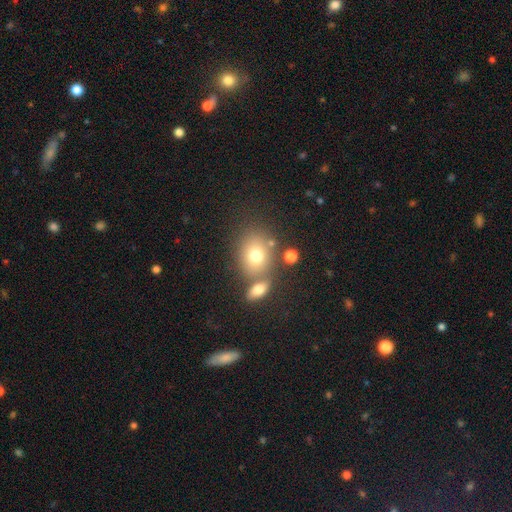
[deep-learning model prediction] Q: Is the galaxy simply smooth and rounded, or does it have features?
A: smooth — 73%.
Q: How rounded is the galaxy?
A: in between — 52%.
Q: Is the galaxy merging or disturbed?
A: none — 60%.